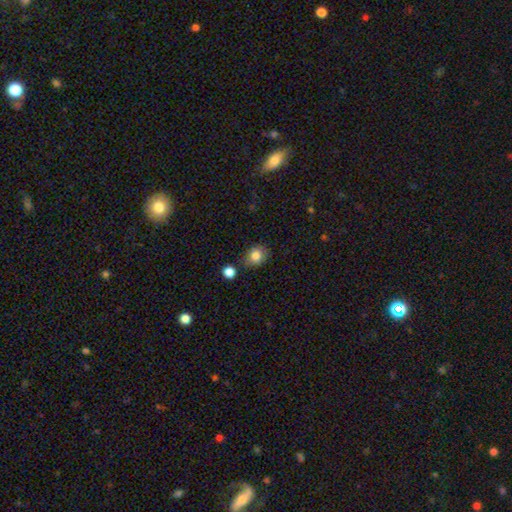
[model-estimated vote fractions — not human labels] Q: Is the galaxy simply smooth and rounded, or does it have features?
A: smooth — 82%.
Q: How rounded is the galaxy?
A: round — 62%.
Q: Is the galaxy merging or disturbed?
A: none — 78%.